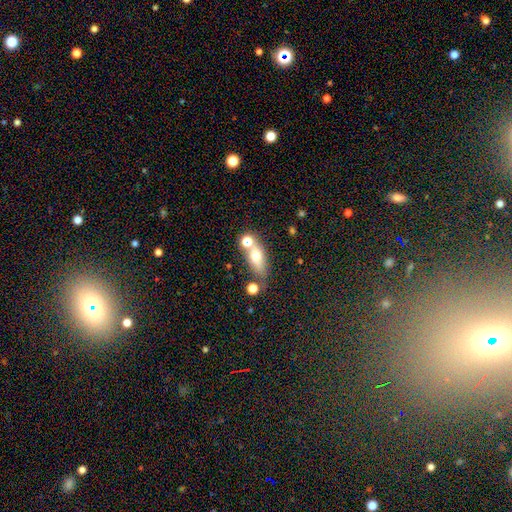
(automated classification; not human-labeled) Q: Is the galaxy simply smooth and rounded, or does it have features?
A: smooth — 64%.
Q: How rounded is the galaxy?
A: in between — 66%.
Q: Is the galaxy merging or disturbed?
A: none — 52%.